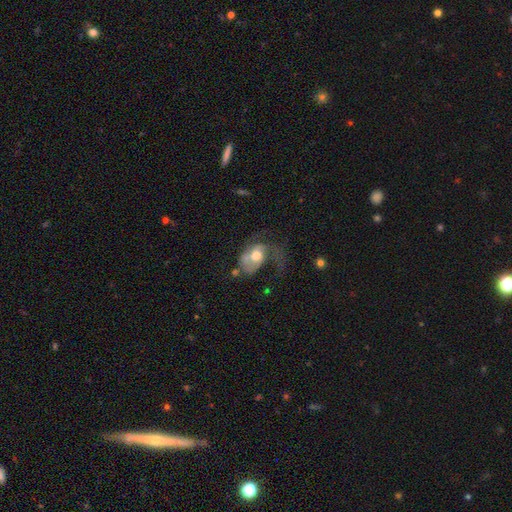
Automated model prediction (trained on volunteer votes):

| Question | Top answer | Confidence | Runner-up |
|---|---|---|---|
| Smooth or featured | featured or disk | 62% | smooth (32%) |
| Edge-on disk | no | 97% | yes (3%) |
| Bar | no | 73% | weak (23%) |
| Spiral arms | yes | 75% | no (25%) |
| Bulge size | moderate | 60% | large (27%) |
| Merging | major disturbance | 54% | none (21%) |